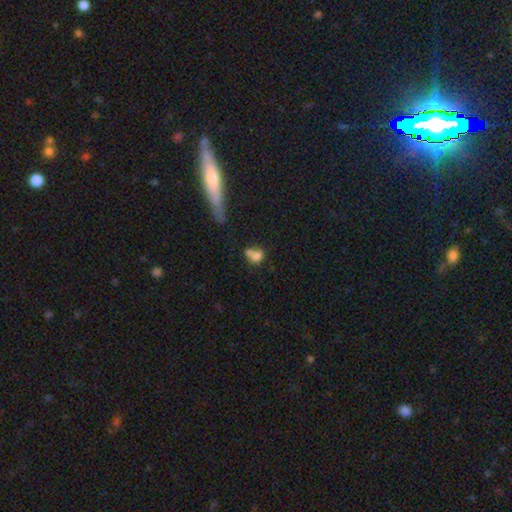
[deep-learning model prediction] Overall: smooth (71%). How rounded: round (60%; in between 38%). Merging: merger (52%; none 30%).